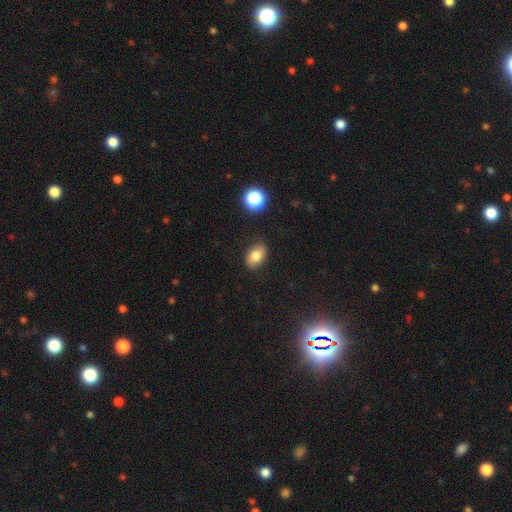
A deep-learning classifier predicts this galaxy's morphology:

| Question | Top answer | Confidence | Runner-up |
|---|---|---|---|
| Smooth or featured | smooth | 76% | featured or disk (13%) |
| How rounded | in between | 83% | round (16%) |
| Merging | none | 81% | minor disturbance (14%) |